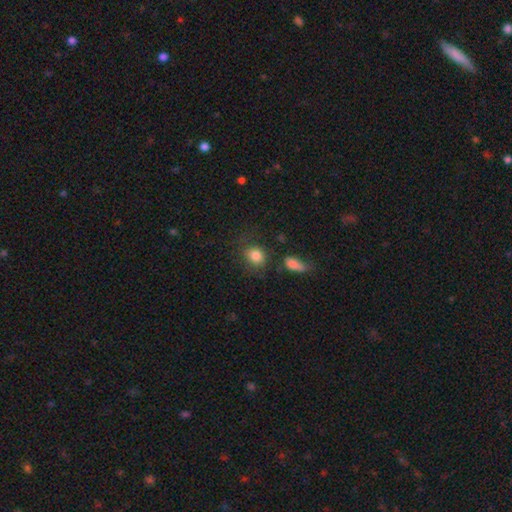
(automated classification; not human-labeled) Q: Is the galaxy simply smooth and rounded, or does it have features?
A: smooth — 83%.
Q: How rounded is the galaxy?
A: round — 55%.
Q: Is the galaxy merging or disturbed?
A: none — 65%.